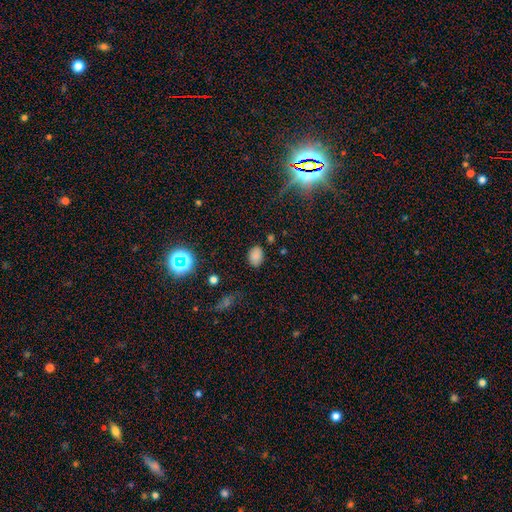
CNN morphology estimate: A smooth galaxy with no disk features (80%) that is in between round and cigar-shaped (81%).

Vote fractions:
- Smooth or featured? smooth: 80% / star or artifact: 15% / featured or disk: 5%
- How rounded? in between: 81% / round: 18% / cigar-shaped: 1%
- Merging? none: 82% / minor disturbance: 13% / major disturbance: 3% / merger: 2%